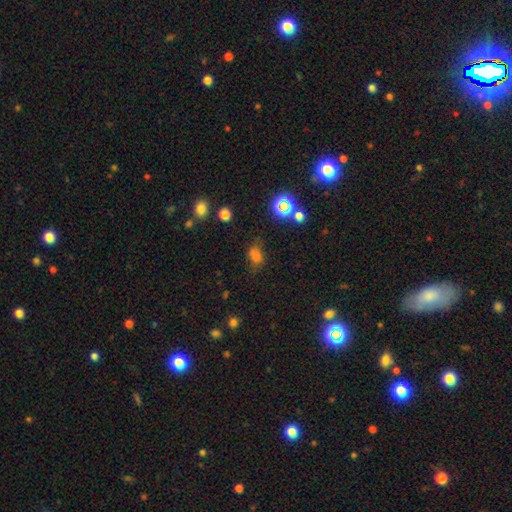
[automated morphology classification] Smooth or featured? Predicted: smooth (p=0.63). How rounded? Predicted: in between (p=0.63). Merging? Predicted: none (p=0.57).